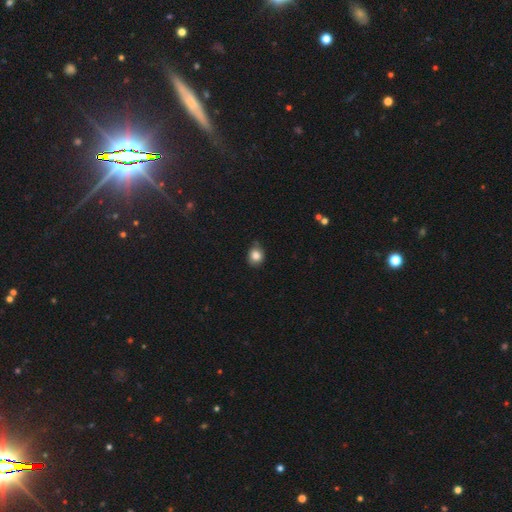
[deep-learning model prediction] smooth 84%, star or artifact 10%, featured or disk 7%. Down the decision tree: how rounded — round (60%); merging — none (69%).